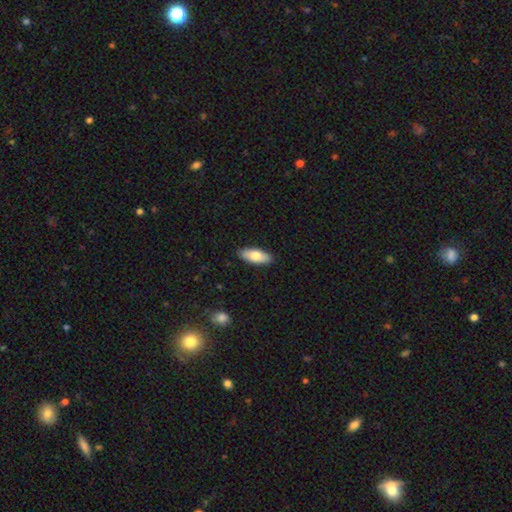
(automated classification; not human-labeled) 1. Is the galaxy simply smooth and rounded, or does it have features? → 73% smooth, 21% featured or disk, 6% star or artifact.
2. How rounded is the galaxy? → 78% in between, 20% cigar-shaped, 2% round.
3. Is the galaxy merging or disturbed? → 90% none, 8% minor disturbance, 2% major disturbance, 1% merger.